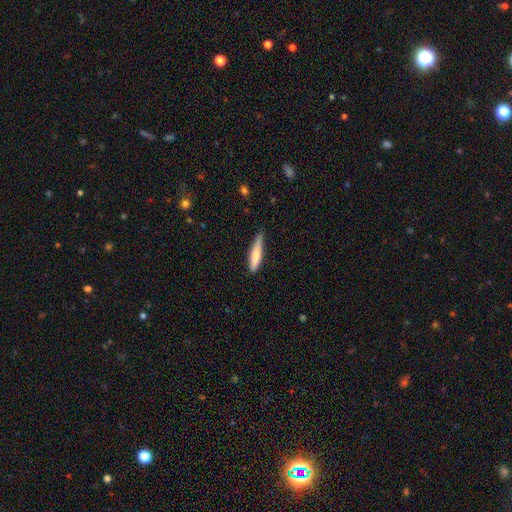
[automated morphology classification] Smooth or featured?
  - smooth: 76% *
  - featured or disk: 18%
  - star or artifact: 5%
How rounded?
  - cigar-shaped: 83% *
  - in between: 15%
  - round: 1%
Merging?
  - none: 69% *
  - minor disturbance: 26%
  - major disturbance: 4%
  - merger: 2%